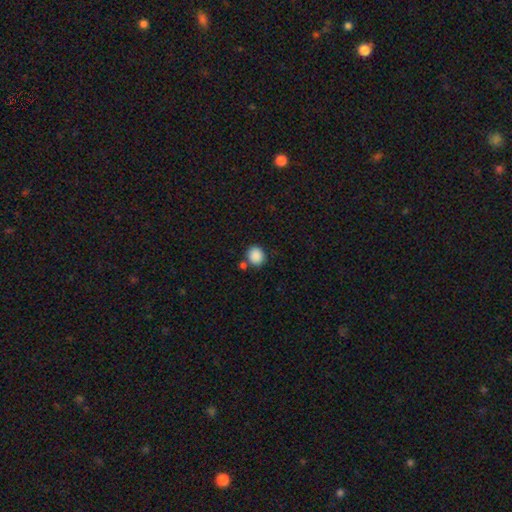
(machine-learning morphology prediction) Overall: smooth (88%). How rounded: round (77%). Merging: none (76%).